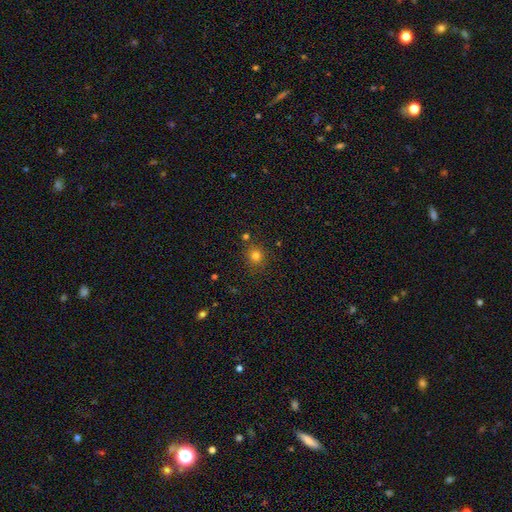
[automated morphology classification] Overall: smooth (78%). How rounded: round (88%). Merging: none (82%).